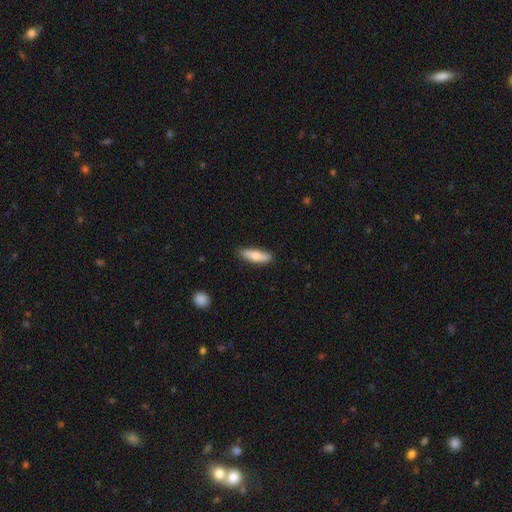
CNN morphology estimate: smooth-or-featured: smooth: 69% | featured or disk: 25% | star or artifact: 6%
  how-rounded: cigar-shaped: 55% | in between: 42% | round: 2%
  merging: none: 85% | minor disturbance: 12% | major disturbance: 2% | merger: 1%